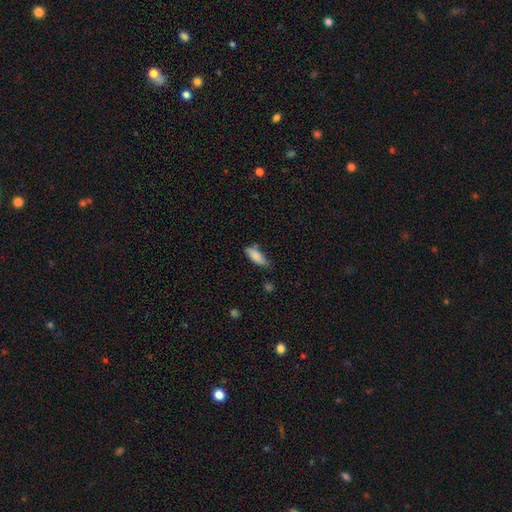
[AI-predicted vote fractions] Overall: smooth (84%). How rounded: in between (70%). Merging: none (63%; minor disturbance 27%).